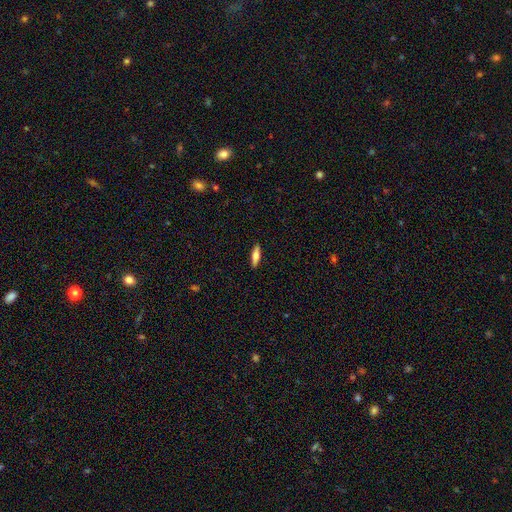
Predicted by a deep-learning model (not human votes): smooth 56%, featured or disk 38%, star or artifact 6%. Down the decision tree: how rounded — cigar-shaped (59%); merging — none (90%).